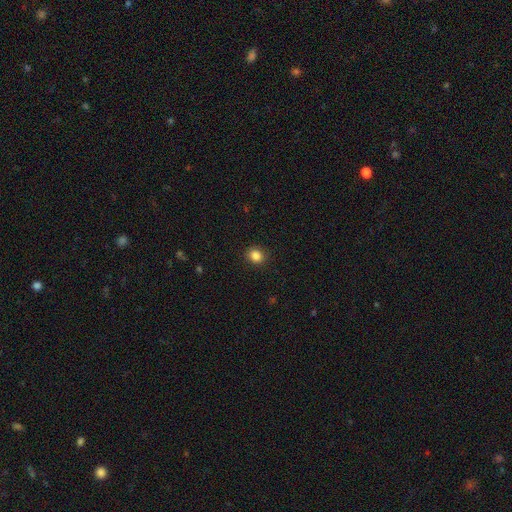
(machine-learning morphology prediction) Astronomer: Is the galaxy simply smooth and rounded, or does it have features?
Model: smooth — 86%.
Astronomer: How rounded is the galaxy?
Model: round — 77%.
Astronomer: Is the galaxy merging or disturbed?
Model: none — 90%.